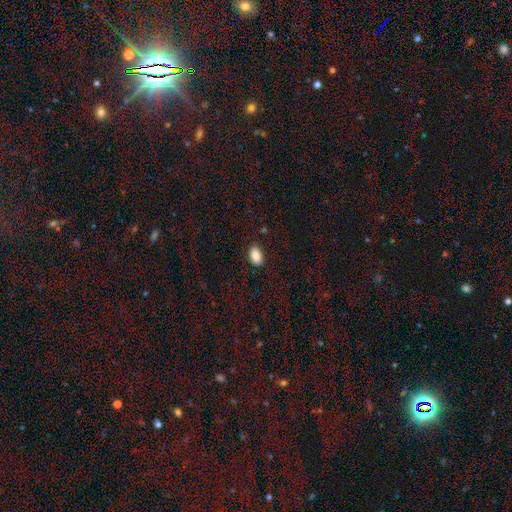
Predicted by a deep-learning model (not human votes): Smooth or featured?
  - smooth: 87% *
  - star or artifact: 8%
  - featured or disk: 5%
How rounded?
  - in between: 92% *
  - round: 6%
  - cigar-shaped: 2%
Merging?
  - none: 87% *
  - minor disturbance: 9%
  - major disturbance: 2%
  - merger: 1%